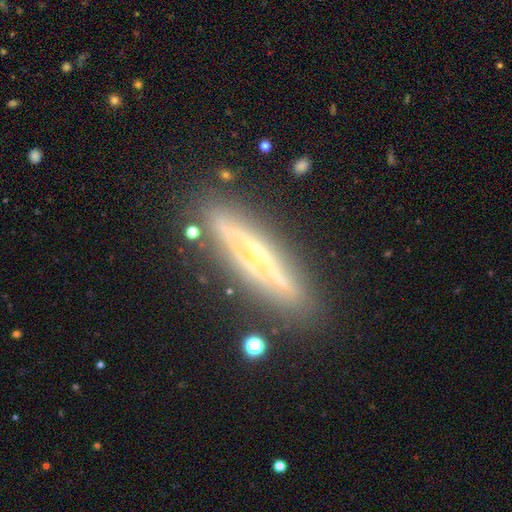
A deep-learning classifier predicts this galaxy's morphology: Smooth or featured? featured or disk (80%)
Edge-on disk? yes (95%)
Edge-on bulge? rounded (64%)
Merging? none (86%)